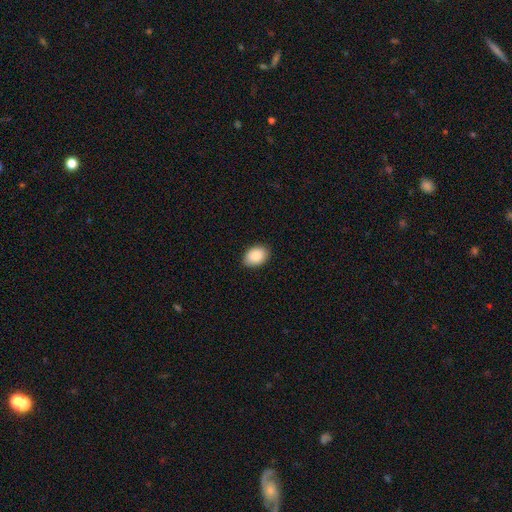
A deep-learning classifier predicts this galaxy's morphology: This appears to be a smooth galaxy with no disk features (89%) that is in between round and cigar-shaped (80%). Merging: none (87%).